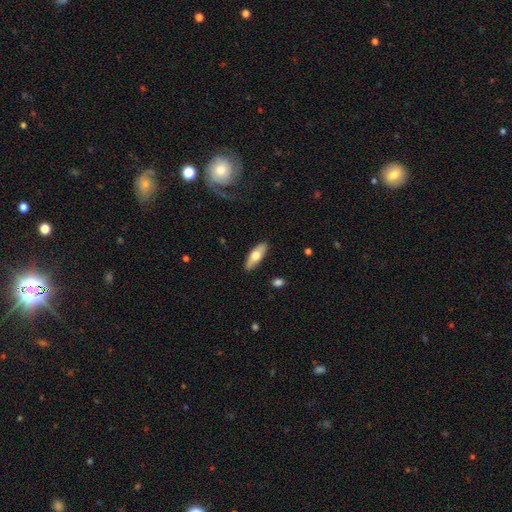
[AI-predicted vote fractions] smooth_or_featured: smooth (p=0.63) [alt: featured or disk p=0.31]
how_rounded: in between (p=0.65) [alt: cigar-shaped p=0.33]
merging: none (p=0.87) [alt: minor disturbance p=0.10]